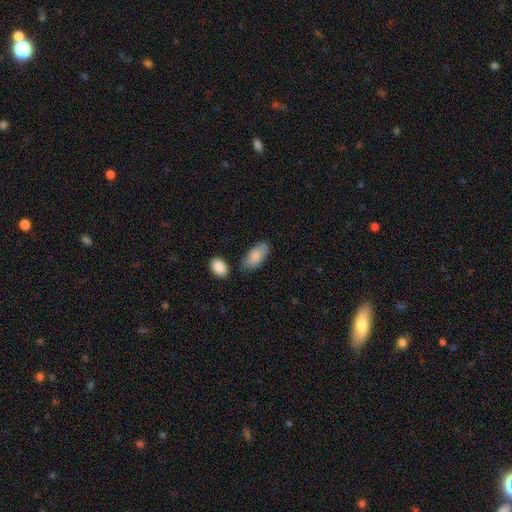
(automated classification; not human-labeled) This appears to be a smooth galaxy with no disk features (85%) that is in between round and cigar-shaped (91%). Merging: none (72%).